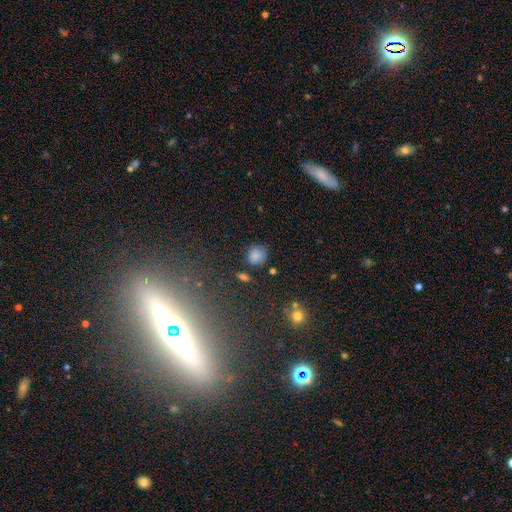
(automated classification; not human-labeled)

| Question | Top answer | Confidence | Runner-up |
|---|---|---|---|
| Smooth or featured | smooth | 81% | star or artifact (12%) |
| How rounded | round | 86% | in between (12%) |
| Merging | none | 73% | minor disturbance (18%) |